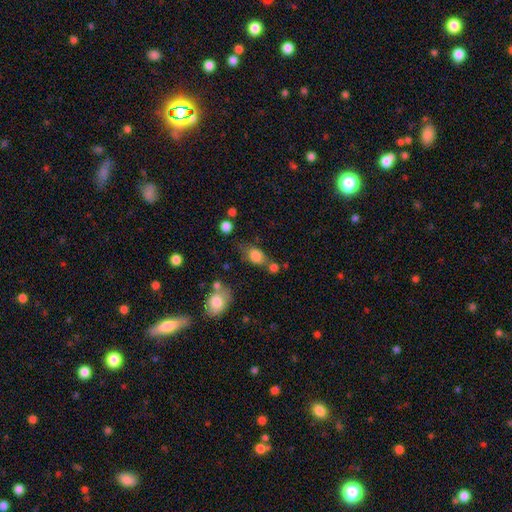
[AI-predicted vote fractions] The model was most divided on "merging": none: 48%, minor disturbance: 22%, merger: 19%, major disturbance: 10%. More confident: smooth or featured — smooth (81%); how rounded — in between (75%).